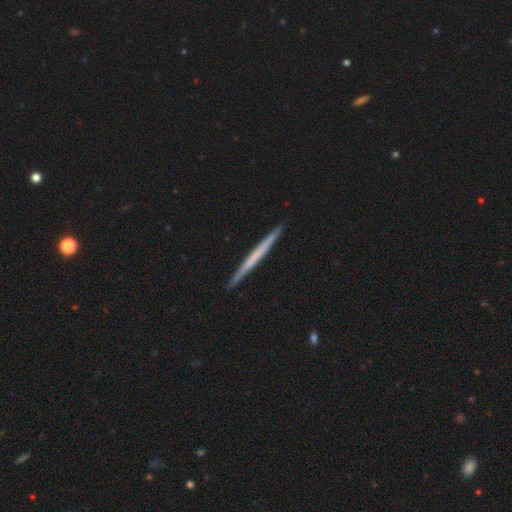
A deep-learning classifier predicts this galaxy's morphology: Smooth or featured? featured or disk (54%)
Edge-on disk? yes (98%)
Edge-on bulge? none (89%)
Merging? none (92%)